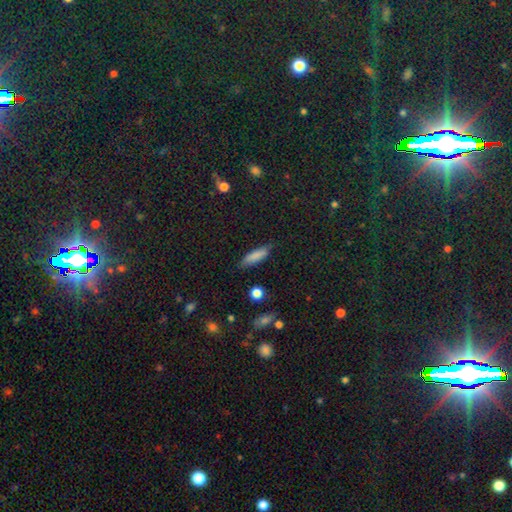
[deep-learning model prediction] Q: Smooth or featured?
A: smooth (83%); runner-up: featured or disk (9%)
Q: How rounded?
A: cigar-shaped (59%); runner-up: in between (39%)
Q: Merging?
A: none (82%); runner-up: minor disturbance (14%)